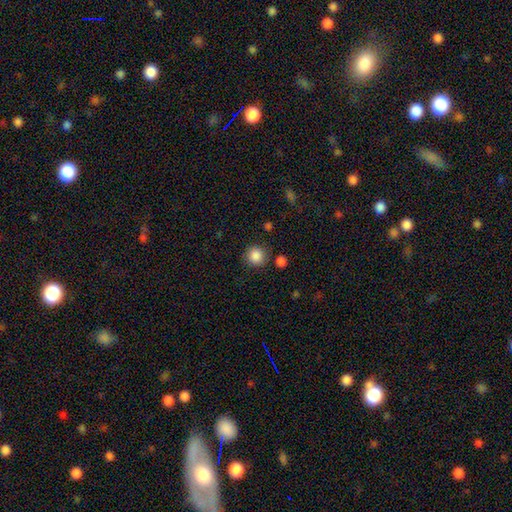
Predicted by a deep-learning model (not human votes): This appears to be a smooth galaxy with no disk features (87%) that is round (93%). Merging: none (86%).